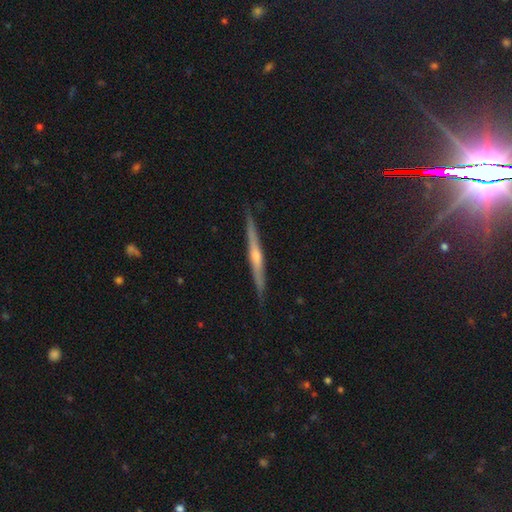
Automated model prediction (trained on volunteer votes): A featured or disk galaxy (76%) viewed edge-on (98%) with a rounded central bulge (72%). Merging: none (90%).